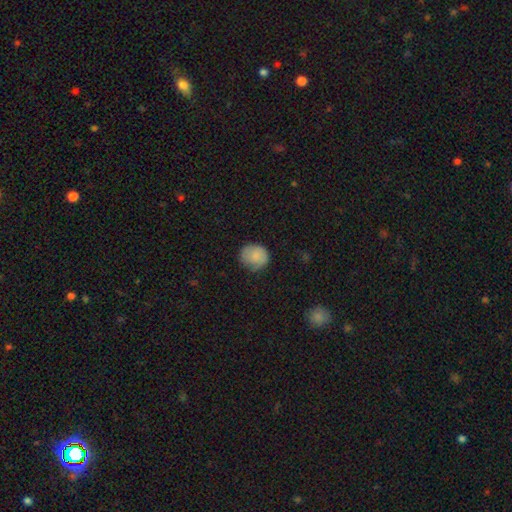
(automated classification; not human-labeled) Smooth or featured? smooth (78%)
How rounded? round (83%)
Merging? none (71%)